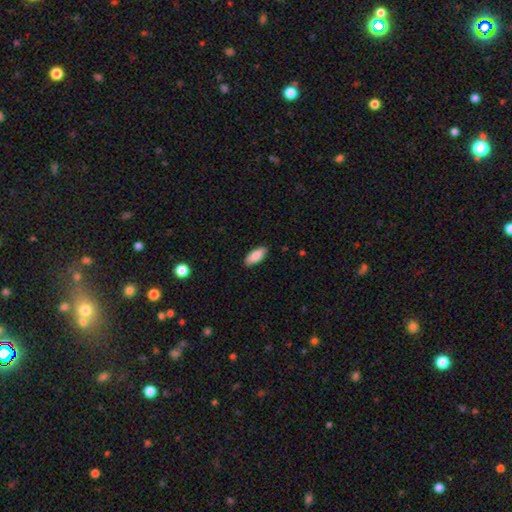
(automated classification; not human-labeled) smooth-or-featured: smooth: 87% | featured or disk: 7% | star or artifact: 6%
  how-rounded: in between: 85% | cigar-shaped: 13% | round: 2%
  merging: none: 89% | minor disturbance: 9% | major disturbance: 2% | merger: 1%